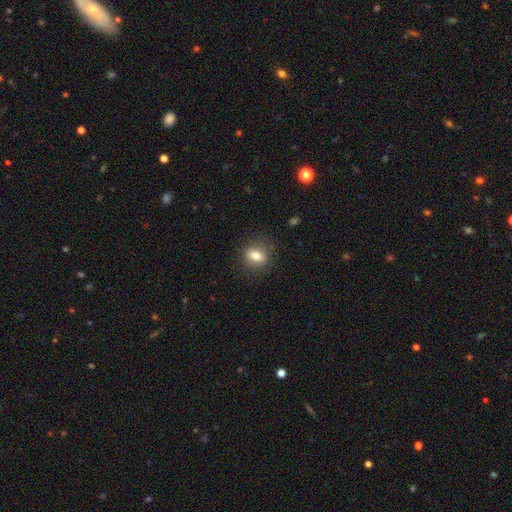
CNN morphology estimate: smooth-or-featured: smooth: 80% | featured or disk: 10% | star or artifact: 10%
  how-rounded: in between: 51% | round: 47% | cigar-shaped: 2%
  merging: none: 85% | minor disturbance: 11% | major disturbance: 3% | merger: 1%